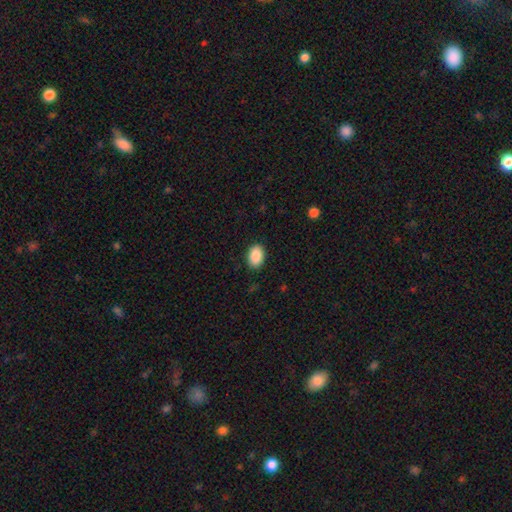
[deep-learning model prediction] Morphology: type=smooth (89%); roundness=in between (84%); merging=none (89%).